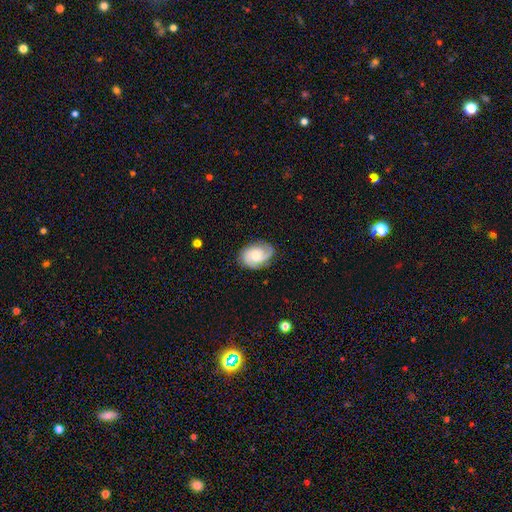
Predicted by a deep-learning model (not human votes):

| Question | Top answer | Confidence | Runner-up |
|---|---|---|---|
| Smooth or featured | featured or disk | 74% | smooth (20%) |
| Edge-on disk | no | 97% | yes (3%) |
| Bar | no | 65% | weak (30%) |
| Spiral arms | yes | 95% | no (5%) |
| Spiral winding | tight | 43% | medium (41%) |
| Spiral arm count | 2 | 56% | 3 (15%) |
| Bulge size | moderate | 50% | small (36%) |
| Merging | none | 74% | minor disturbance (18%) |